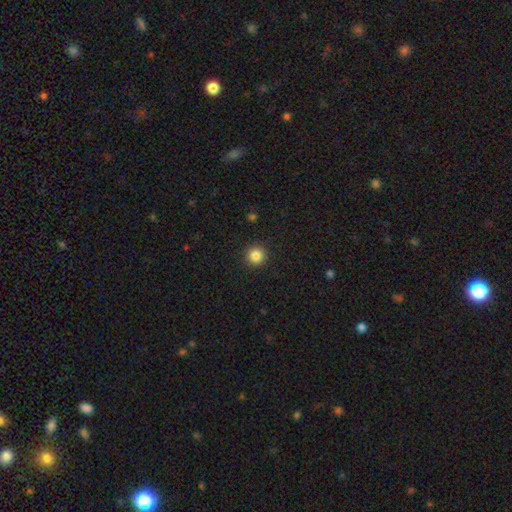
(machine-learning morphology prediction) Smooth or featured? Predicted: smooth (p=0.85). How rounded? Predicted: round (p=0.96). Merging? Predicted: none (p=0.93).